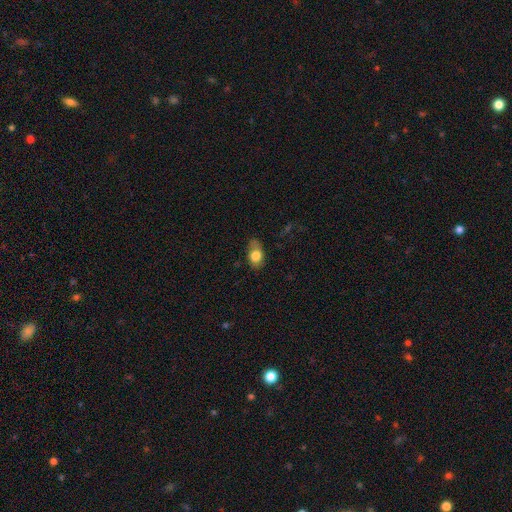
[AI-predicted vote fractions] Overall: smooth (77%). How rounded: in between (82%). Merging: none (63%; minor disturbance 28%).